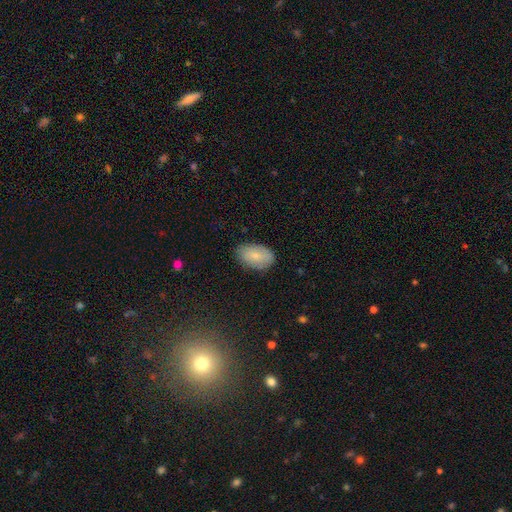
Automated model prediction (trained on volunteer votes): A smooth galaxy with no disk features (80%) that is in between round and cigar-shaped (91%).

Vote fractions:
- Smooth or featured? smooth: 80% / featured or disk: 13% / star or artifact: 7%
- How rounded? in between: 91% / round: 7% / cigar-shaped: 1%
- Merging? none: 83% / minor disturbance: 13% / major disturbance: 3% / merger: 1%